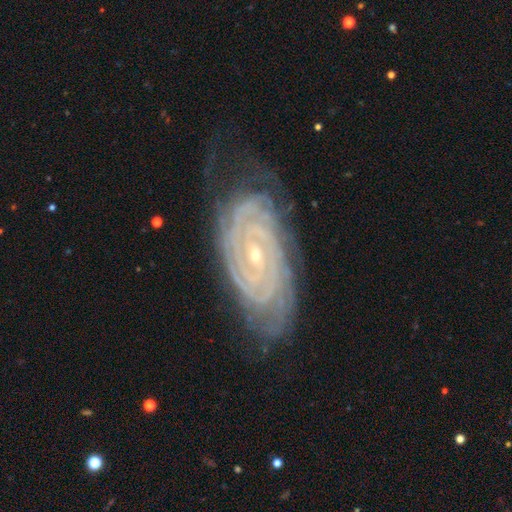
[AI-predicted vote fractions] Overall: featured or disk (90%). Edge-on disk: no (96%). Bar: no (57%; weak 28%). Spiral arms: yes (98%). Spiral arm count: 2 (29%; can't tell 21%). Spiral winding: tight (86%). Bulge size: small (74%). Merging: none (72%).